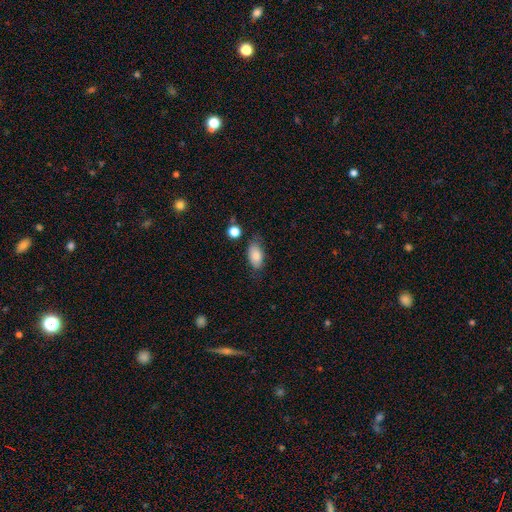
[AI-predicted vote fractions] Smooth or featured? Predicted: smooth (p=0.82). How rounded? Predicted: in between (p=0.91). Merging? Predicted: none (p=0.68).